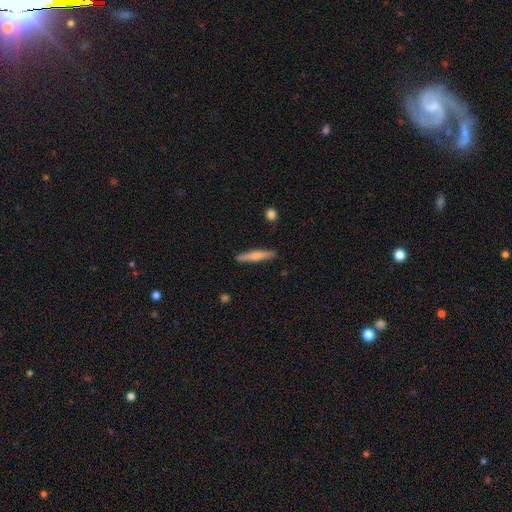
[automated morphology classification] Overall: smooth (60%; featured or disk 35%). How rounded: cigar-shaped (91%). Merging: none (88%).